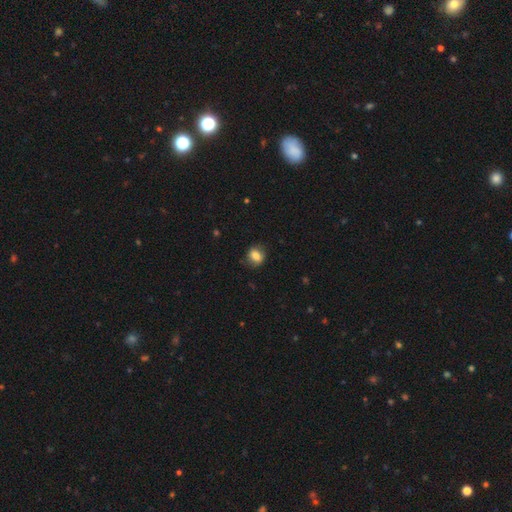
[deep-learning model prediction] A smooth galaxy with no disk features (80%) that is round (53%).

Vote fractions:
- Smooth or featured? smooth: 80% / featured or disk: 11% / star or artifact: 9%
- How rounded? round: 53% / in between: 46% / cigar-shaped: 1%
- Merging? none: 77% / minor disturbance: 17% / major disturbance: 5% / merger: 1%